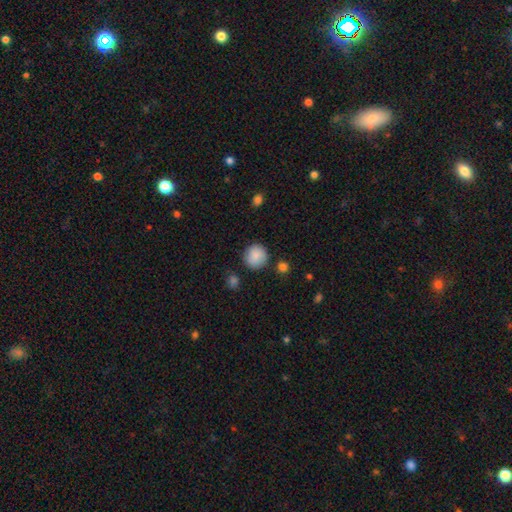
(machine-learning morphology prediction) This appears to be a smooth galaxy with no disk features (87%) that is round (92%). Merging: none (83%).